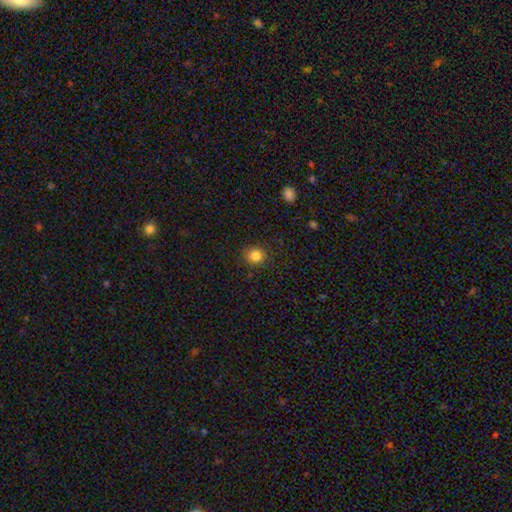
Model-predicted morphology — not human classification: A smooth galaxy with no disk features (84%) that is round (84%).

Vote fractions:
- Smooth or featured? smooth: 84% / star or artifact: 11% / featured or disk: 5%
- How rounded? round: 84% / in between: 15% / cigar-shaped: 1%
- Merging? none: 88% / minor disturbance: 8% / major disturbance: 2% / merger: 1%